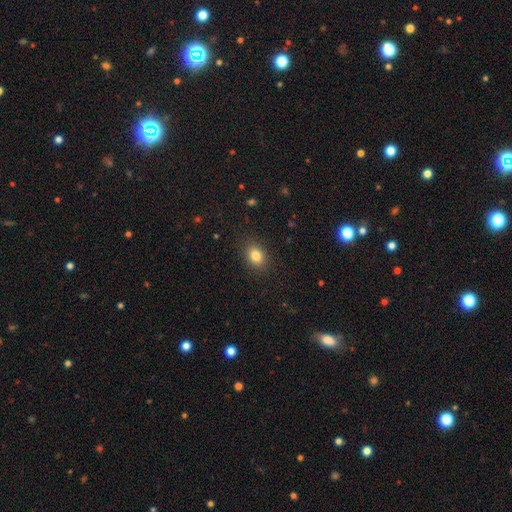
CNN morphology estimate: A smooth galaxy with no disk features (83%) that is in between round and cigar-shaped (62%). Merging: none (88%).